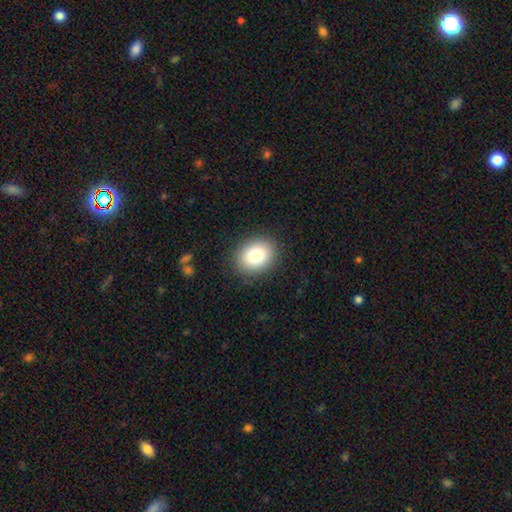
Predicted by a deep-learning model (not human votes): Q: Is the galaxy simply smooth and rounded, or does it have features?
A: smooth — 81%.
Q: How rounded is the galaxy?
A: in between — 51%.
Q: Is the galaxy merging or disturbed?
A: none — 89%.